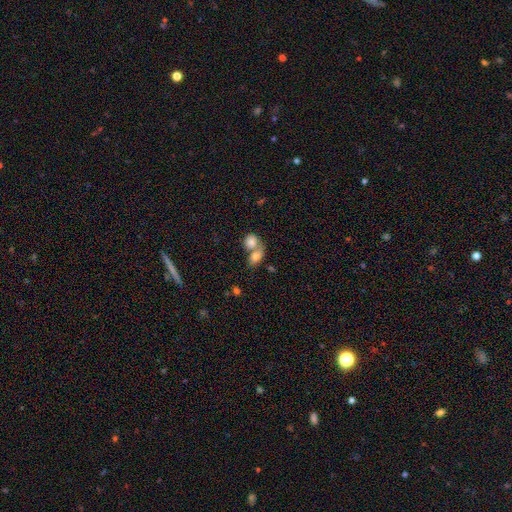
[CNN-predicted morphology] This appears to be a smooth galaxy with no disk features (78%) that is in between round and cigar-shaped (70%). Merging: merger (62%).